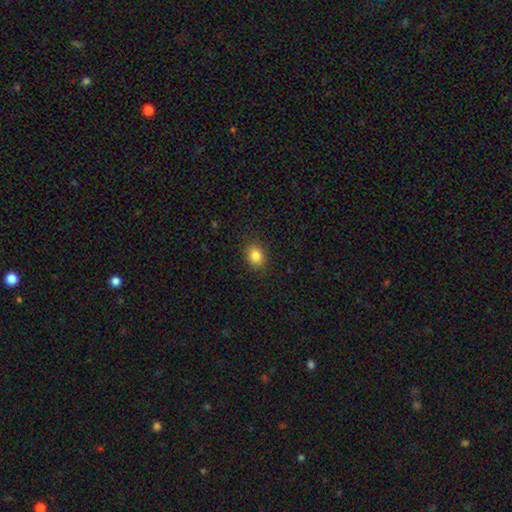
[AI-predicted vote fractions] Morphology: type=smooth (84%); roundness=round (54%); merging=none (88%).